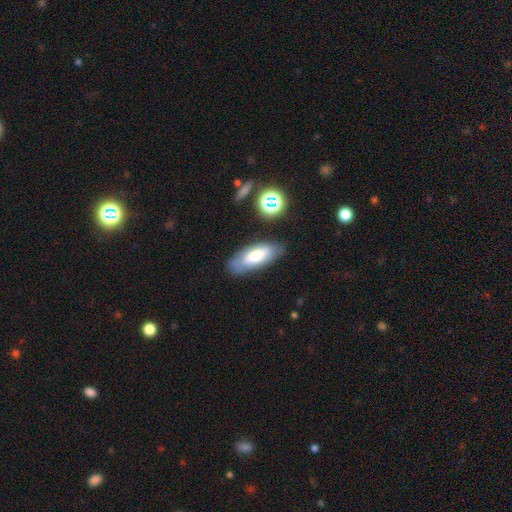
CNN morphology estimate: smooth-or-featured: smooth: 67% | featured or disk: 24% | star or artifact: 9%
  how-rounded: in between: 78% | cigar-shaped: 20% | round: 2%
  merging: none: 75% | minor disturbance: 17% | major disturbance: 5% | merger: 3%